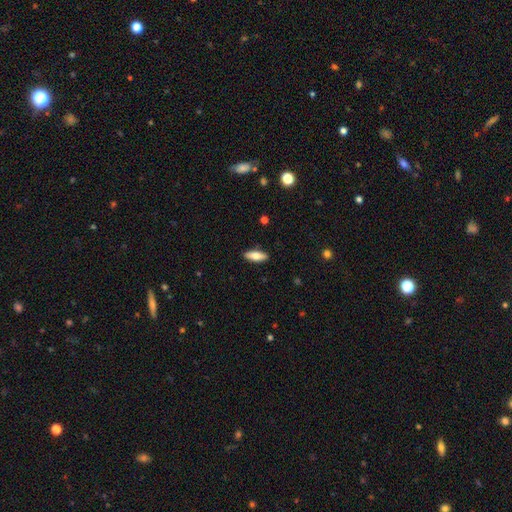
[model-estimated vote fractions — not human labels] Smooth or featured? smooth (74%)
How rounded? in between (67%)
Merging? none (89%)